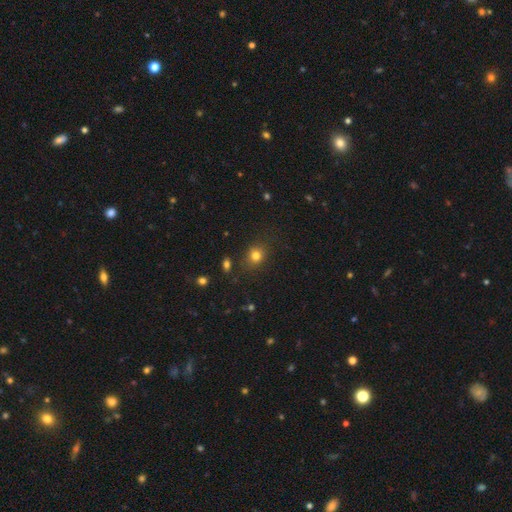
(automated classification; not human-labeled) The model was most divided on "how rounded": round: 68%, in between: 31%, cigar-shaped: 1%. More confident: merging — none (81%); smooth or featured — smooth (78%).